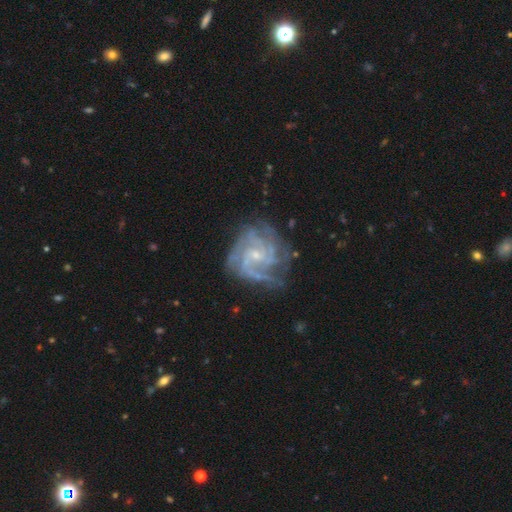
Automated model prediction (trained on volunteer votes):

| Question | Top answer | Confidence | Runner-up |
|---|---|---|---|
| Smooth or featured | featured or disk | 88% | star or artifact (6%) |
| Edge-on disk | no | 98% | yes (2%) |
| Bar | no | 55% | weak (38%) |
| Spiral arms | yes | 95% | no (5%) |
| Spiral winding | tight | 51% | medium (40%) |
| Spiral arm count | can't tell | 27% | 3 (26%) |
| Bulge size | small | 72% | moderate (21%) |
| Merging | none | 64% | minor disturbance (21%) |